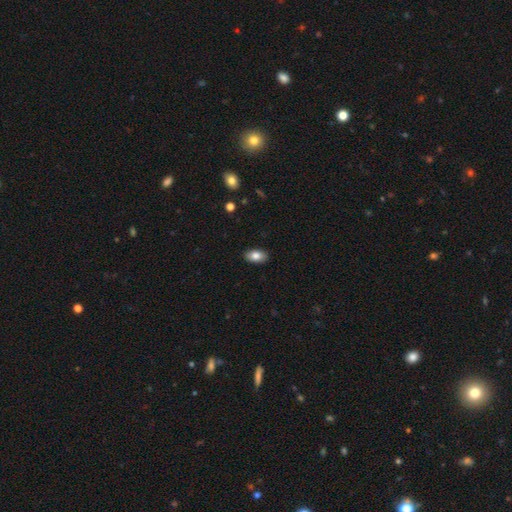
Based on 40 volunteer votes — smooth-or-featured: smooth: 75% | featured or disk: 25% | star or artifact: 0%
  how-rounded: in between: 90% | cigar-shaped: 7% | round: 3%
  merging: none: 90% | minor disturbance: 8% | merger: 2% | major disturbance: 0%